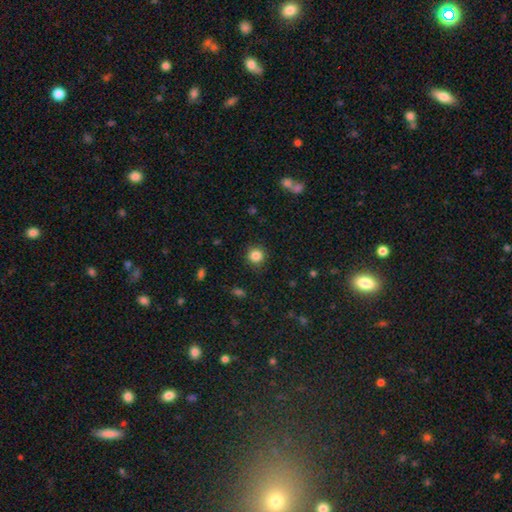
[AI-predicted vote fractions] The model was most divided on "smooth or featured": smooth: 85%, star or artifact: 11%, featured or disk: 4%. More confident: how rounded — round (93%); merging — none (90%).